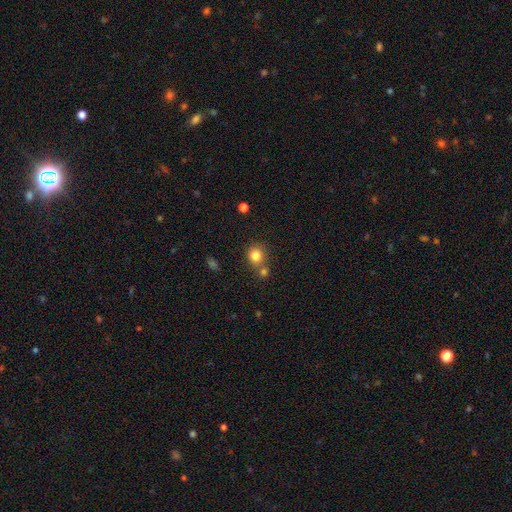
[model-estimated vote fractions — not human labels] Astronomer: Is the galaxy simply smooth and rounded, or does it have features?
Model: smooth — 82%.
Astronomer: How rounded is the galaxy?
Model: round — 82%.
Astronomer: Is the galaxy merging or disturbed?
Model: none — 64%.